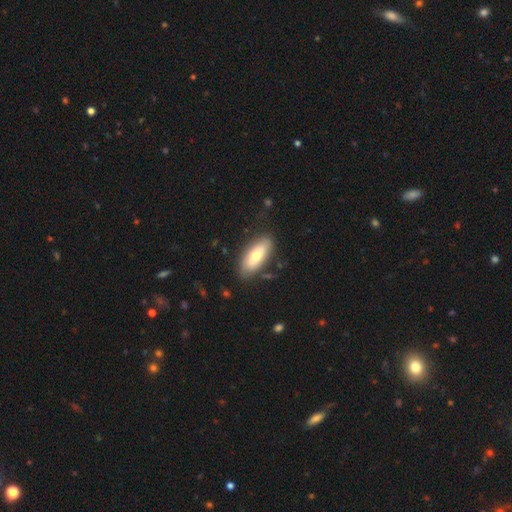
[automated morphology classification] A smooth galaxy with no disk features (67%) that is in between round and cigar-shaped (82%). Merging: none (81%).